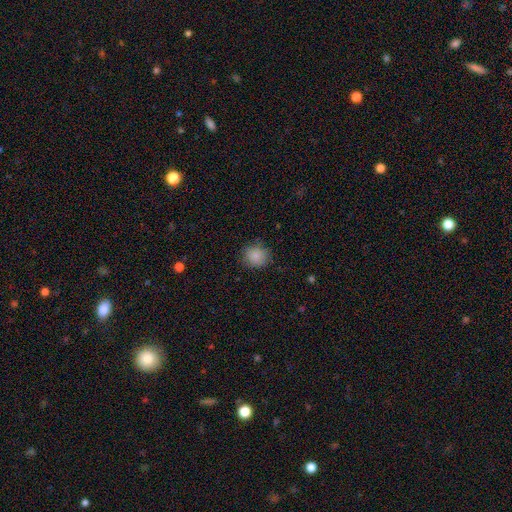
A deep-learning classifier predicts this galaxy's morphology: Smooth or featured? Predicted: smooth (p=0.85). How rounded? Predicted: round (p=0.87). Merging? Predicted: none (p=0.85).